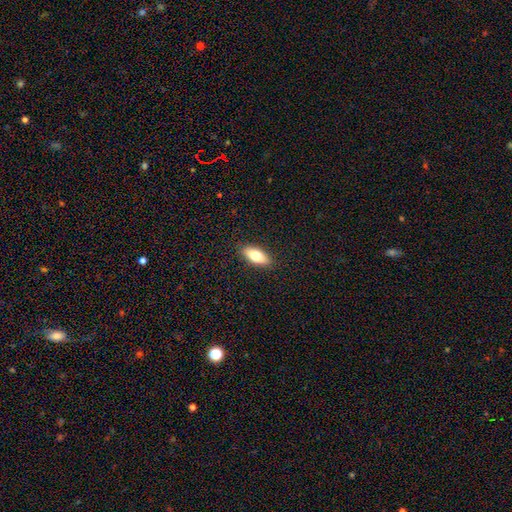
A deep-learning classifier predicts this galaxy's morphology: smooth-or-featured: smooth: 75% | featured or disk: 19% | star or artifact: 7%
  how-rounded: in between: 80% | cigar-shaped: 17% | round: 3%
  merging: none: 90% | minor disturbance: 8% | major disturbance: 2% | merger: 1%